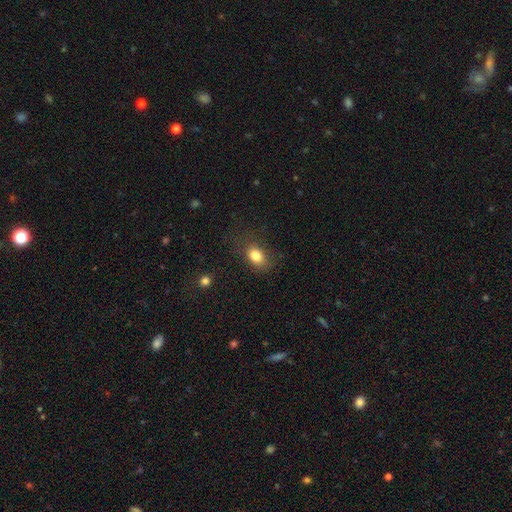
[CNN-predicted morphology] Smooth or featured?
  - smooth: 82% *
  - star or artifact: 10%
  - featured or disk: 8%
How rounded?
  - in between: 77% *
  - round: 22%
  - cigar-shaped: 2%
Merging?
  - none: 72% *
  - minor disturbance: 18%
  - major disturbance: 8%
  - merger: 2%